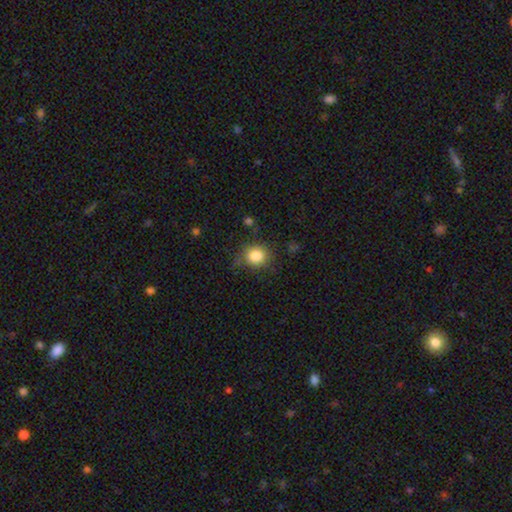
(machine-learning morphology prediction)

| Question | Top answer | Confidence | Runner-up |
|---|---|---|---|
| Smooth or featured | smooth | 84% | star or artifact (10%) |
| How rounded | round | 84% | in between (16%) |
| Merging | none | 74% | minor disturbance (18%) |